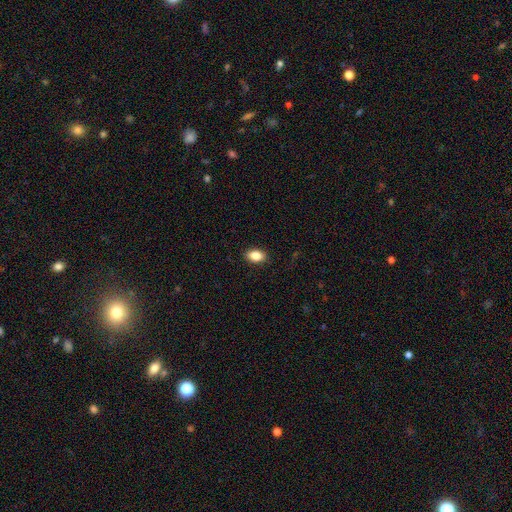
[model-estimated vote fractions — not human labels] smooth 87%, star or artifact 8%, featured or disk 5%. Down the decision tree: how rounded — in between (88%); merging — none (89%).